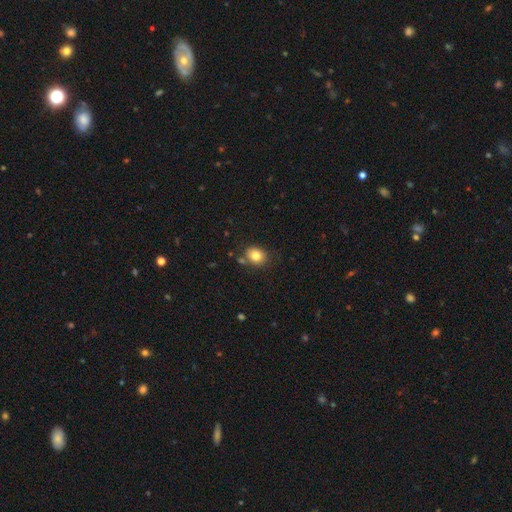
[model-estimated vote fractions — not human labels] A smooth galaxy with no disk features (81%) that is round (58%).

Vote fractions:
- Smooth or featured? smooth: 81% / star or artifact: 10% / featured or disk: 9%
- How rounded? round: 58% / in between: 41% / cigar-shaped: 1%
- Merging? none: 76% / minor disturbance: 13% / merger: 8% / major disturbance: 3%